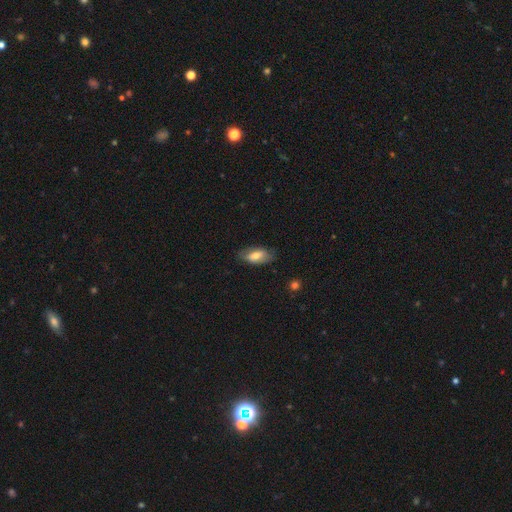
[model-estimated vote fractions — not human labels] Smooth or featured?
  - smooth: 66% *
  - featured or disk: 27%
  - star or artifact: 7%
How rounded?
  - in between: 89% *
  - cigar-shaped: 8%
  - round: 3%
Merging?
  - none: 77% *
  - minor disturbance: 18%
  - major disturbance: 4%
  - merger: 1%